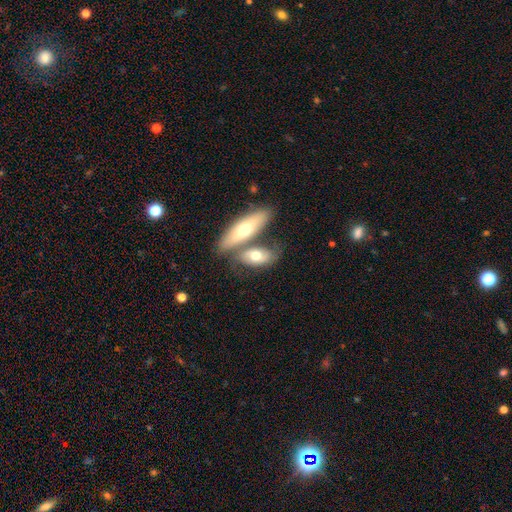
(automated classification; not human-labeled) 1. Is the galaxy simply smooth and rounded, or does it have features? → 59% smooth, 36% featured or disk, 5% star or artifact.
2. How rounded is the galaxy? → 75% in between, 20% cigar-shaped, 4% round.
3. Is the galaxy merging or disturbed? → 43% none, 42% merger, 11% minor disturbance, 4% major disturbance.